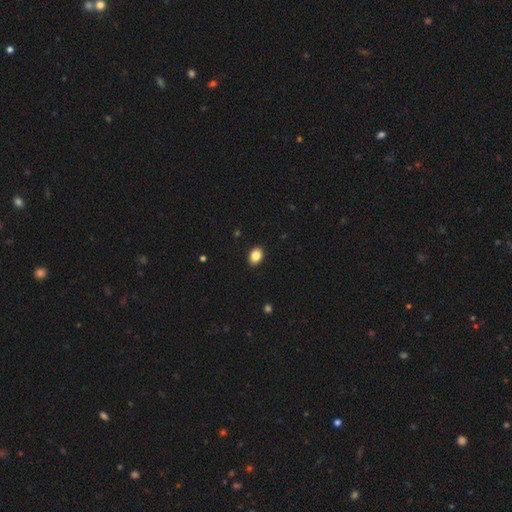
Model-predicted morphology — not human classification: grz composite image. It shows a smooth galaxy with no disk features (85%) that is in between round and cigar-shaped (76%). Merging: none (91%).